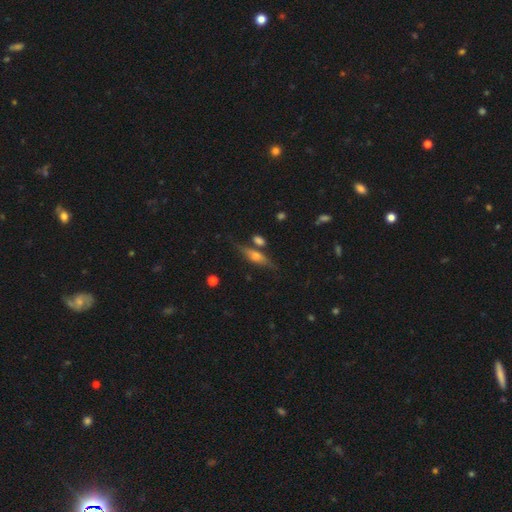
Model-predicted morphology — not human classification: featured or disk 59%, smooth 31%, star or artifact 9%. Down the decision tree: edge-on disk — yes (91%); edge-on bulge — rounded (83%); merging — none (71%).